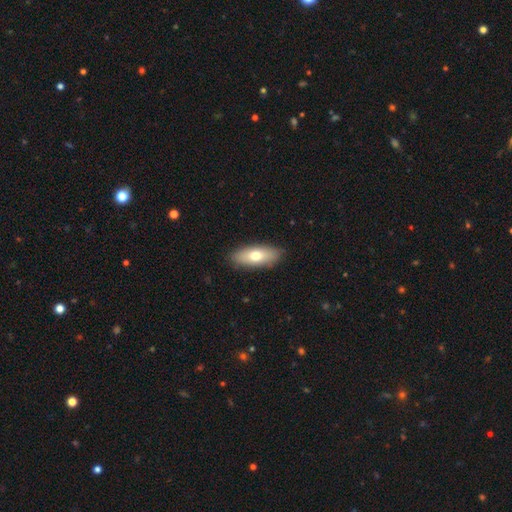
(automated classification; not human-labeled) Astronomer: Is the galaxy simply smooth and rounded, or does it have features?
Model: smooth — 69%.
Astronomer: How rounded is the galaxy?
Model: in between — 75%.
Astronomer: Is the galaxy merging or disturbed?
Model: none — 87%.